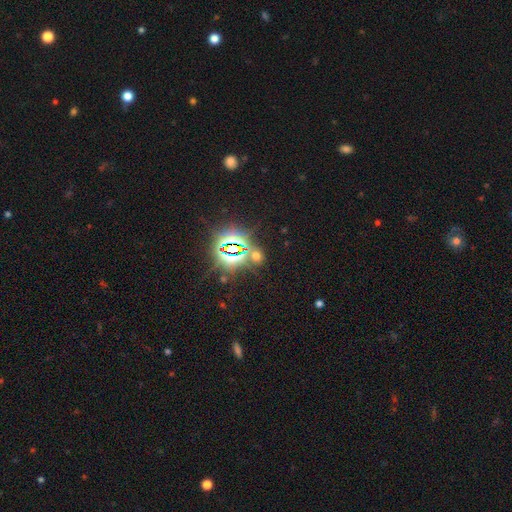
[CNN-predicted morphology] smooth_or_featured: star or artifact (p=0.61) [alt: smooth p=0.31]